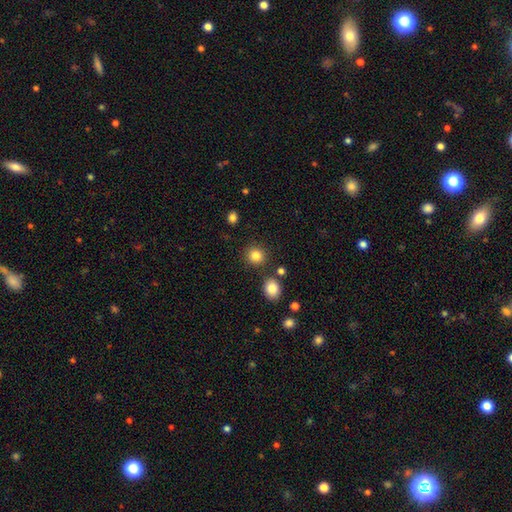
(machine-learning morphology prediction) The model was most divided on "smooth or featured": smooth: 85%, star or artifact: 11%, featured or disk: 5%. More confident: how rounded — round (89%); merging — none (87%).